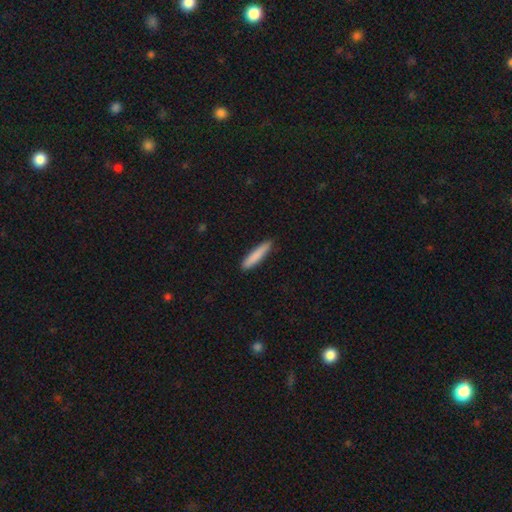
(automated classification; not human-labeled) This is clearly a smooth galaxy (84%). How rounded: clearly cigar-shaped (90%). Merging: clearly none (89%).